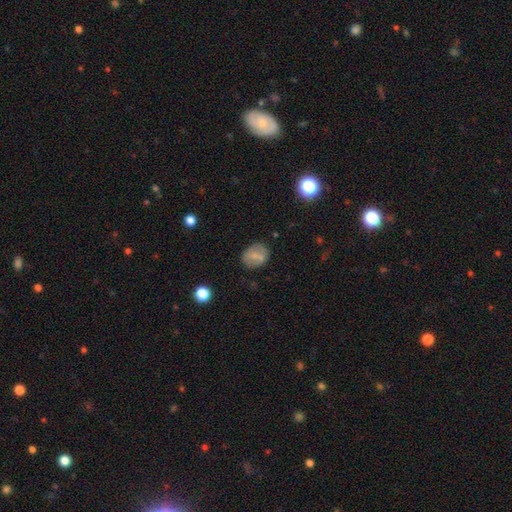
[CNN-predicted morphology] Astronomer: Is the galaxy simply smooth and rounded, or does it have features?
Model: smooth — 67%.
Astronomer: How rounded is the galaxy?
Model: round — 58% (runner-up: in between, 41%).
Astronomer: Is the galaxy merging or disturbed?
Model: none — 71%.